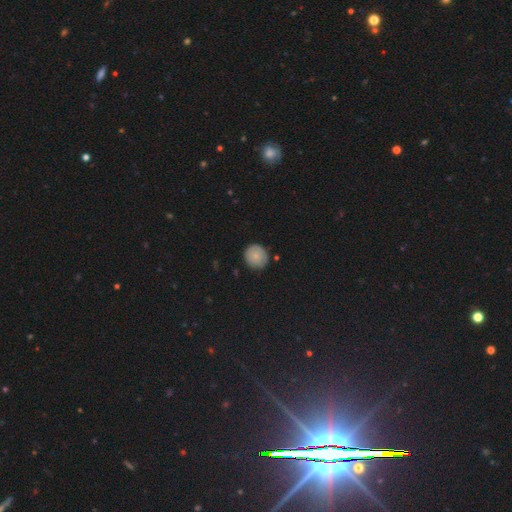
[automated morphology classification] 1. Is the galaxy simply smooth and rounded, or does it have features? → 81% smooth, 10% featured or disk, 9% star or artifact.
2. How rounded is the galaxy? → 92% round, 7% in between, 1% cigar-shaped.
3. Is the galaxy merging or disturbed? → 85% none, 12% minor disturbance, 2% major disturbance, 2% merger.